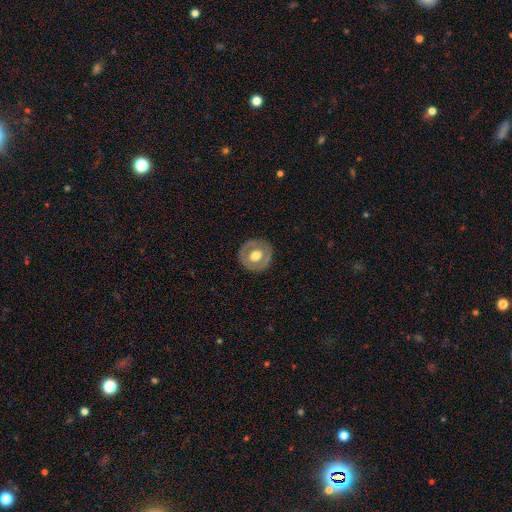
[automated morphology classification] This appears to be a featured or disk galaxy (49%). Merging: none (84%).